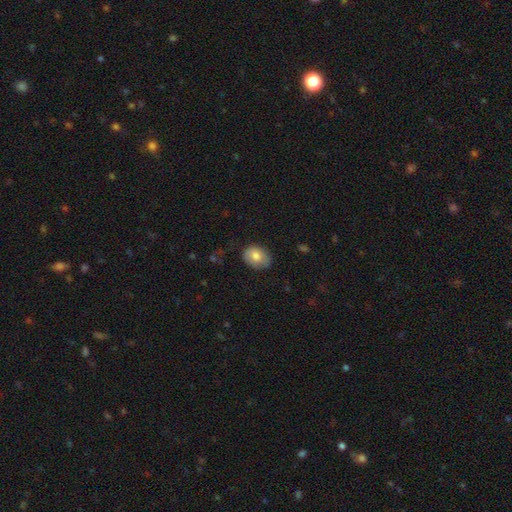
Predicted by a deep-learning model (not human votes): This is likely a smooth galaxy (78%). How rounded: likely in between (64%). Merging: likely none (74%).